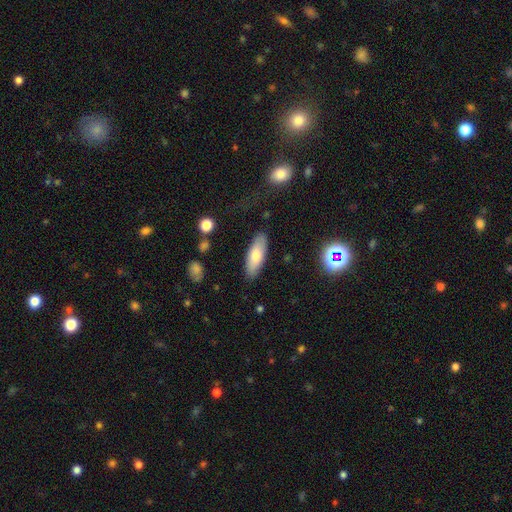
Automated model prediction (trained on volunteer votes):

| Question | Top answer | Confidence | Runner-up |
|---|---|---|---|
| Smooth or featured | smooth | 73% | featured or disk (20%) |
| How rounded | in between | 69% | cigar-shaped (29%) |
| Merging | none | 86% | minor disturbance (10%) |